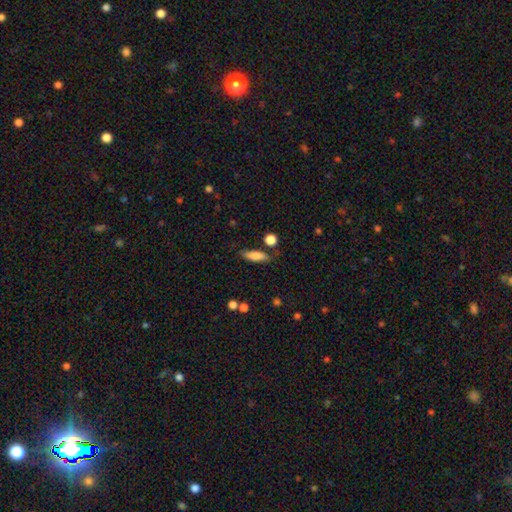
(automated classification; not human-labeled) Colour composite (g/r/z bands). It shows a smooth galaxy with no disk features (82%) that is in between round and cigar-shaped (53%). Merging: none (72%).